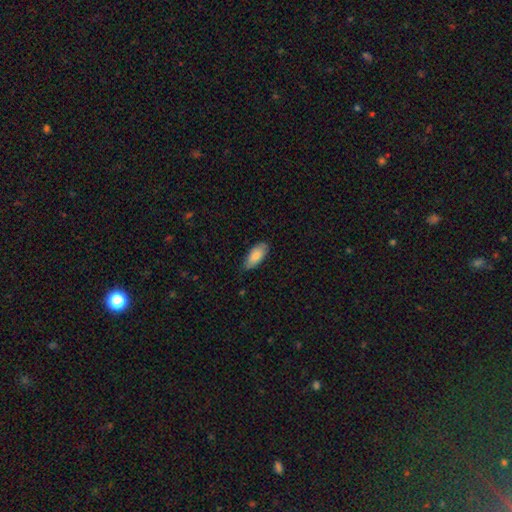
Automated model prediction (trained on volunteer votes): smooth_or_featured: smooth (p=0.84) [alt: featured or disk p=0.10]
how_rounded: in between (p=0.87) [alt: cigar-shaped p=0.11]
merging: none (p=0.75) [alt: minor disturbance p=0.21]